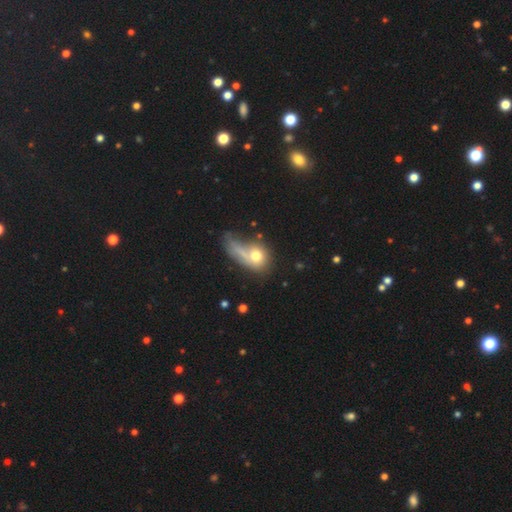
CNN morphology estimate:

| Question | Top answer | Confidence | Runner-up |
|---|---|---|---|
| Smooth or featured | smooth | 64% | featured or disk (25%) |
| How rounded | in between | 51% | round (42%) |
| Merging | major disturbance | 42% | merger (21%) |